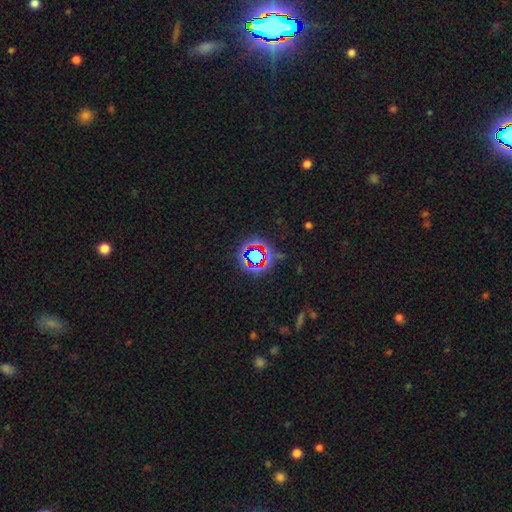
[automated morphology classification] Smooth or featured? star or artifact (67%)